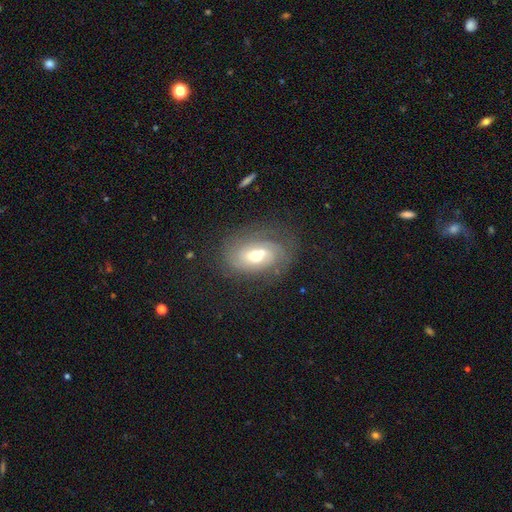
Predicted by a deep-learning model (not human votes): Morphology: type=featured or disk (65%); edge-on=no (95%); bar=no (61%); spiral arms=yes (77%); bulge=moderate (70%); merging=none (56%).